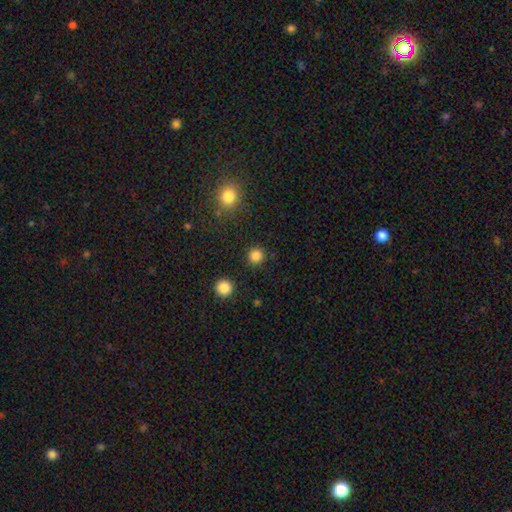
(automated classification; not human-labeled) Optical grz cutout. It shows a smooth galaxy with no disk features (84%) that is round (94%). Merging: none (91%).